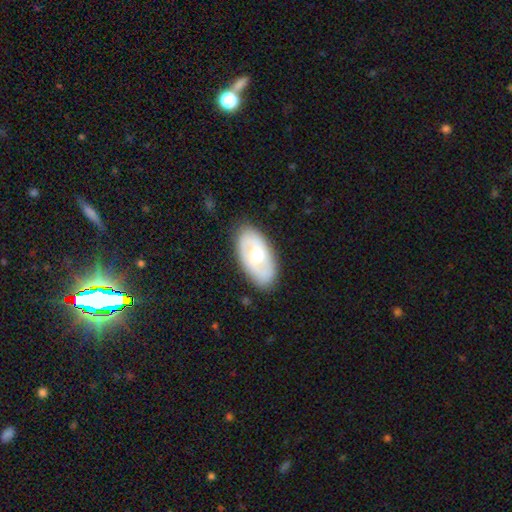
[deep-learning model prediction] The model was most divided on "smooth or featured": featured or disk: 56%, smooth: 39%, star or artifact: 5%. More confident: edge-on disk — no (89%); merging — none (82%).